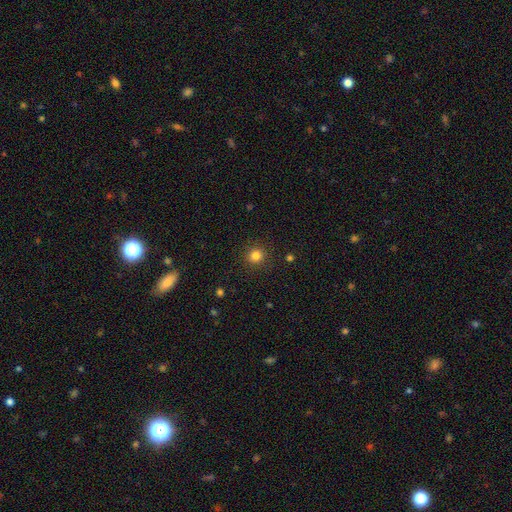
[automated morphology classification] Smooth or featured?
  - smooth: 82% *
  - star or artifact: 13%
  - featured or disk: 5%
How rounded?
  - round: 93% *
  - in between: 6%
  - cigar-shaped: 1%
Merging?
  - none: 91% *
  - minor disturbance: 6%
  - major disturbance: 2%
  - merger: 1%